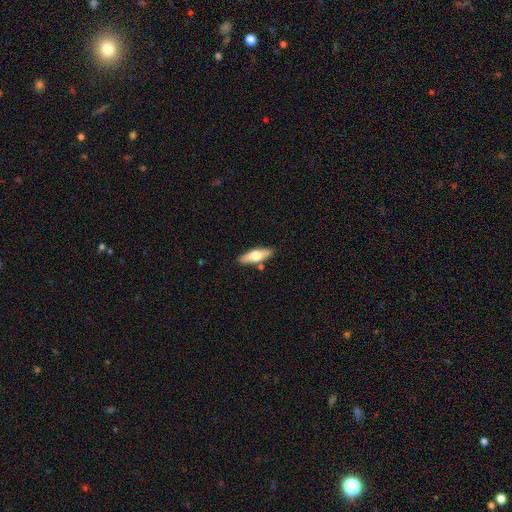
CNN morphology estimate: The model was most divided on "how rounded": cigar-shaped: 51%, in between: 46%, round: 3%. More confident: merging — none (83%); smooth or featured — smooth (54%).